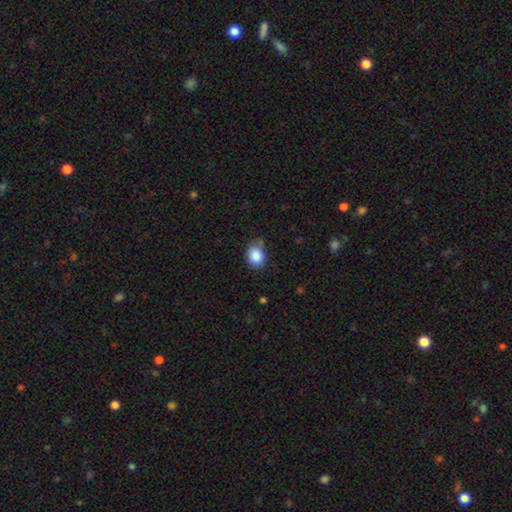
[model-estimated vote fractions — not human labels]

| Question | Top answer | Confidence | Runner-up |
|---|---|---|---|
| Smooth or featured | smooth | 87% | star or artifact (8%) |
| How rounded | in between | 54% | round (45%) |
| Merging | none | 72% | minor disturbance (22%) |